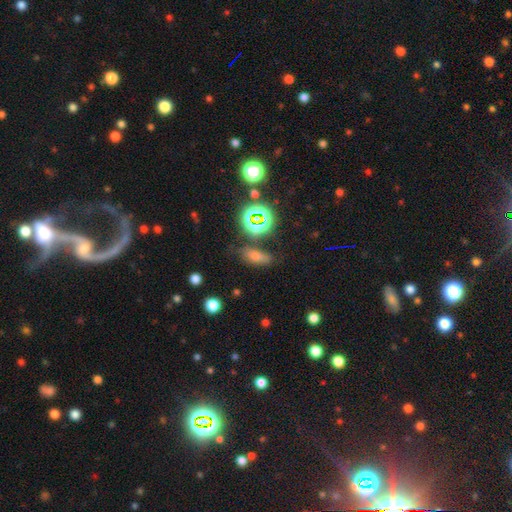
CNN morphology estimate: smooth 53%, star or artifact 34%, featured or disk 13%. Down the decision tree: how rounded — in between (64%); merging — none (74%).